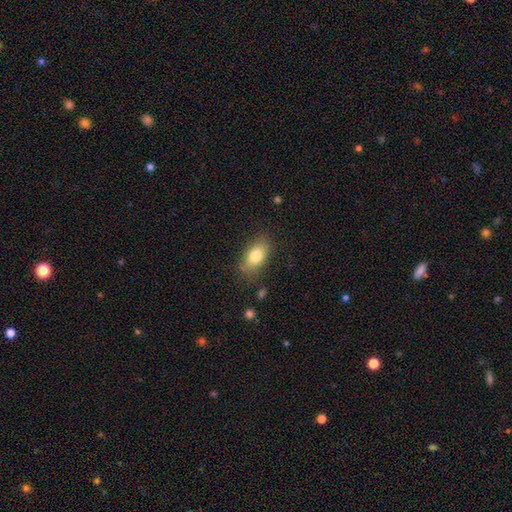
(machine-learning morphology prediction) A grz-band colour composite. It shows a smooth galaxy with no disk features (80%) that is in between round and cigar-shaped (88%). Merging: none (80%).